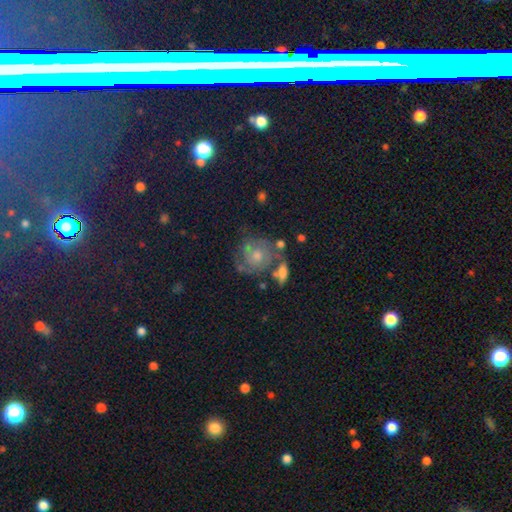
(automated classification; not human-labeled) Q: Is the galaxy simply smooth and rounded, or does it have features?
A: featured or disk — 63%.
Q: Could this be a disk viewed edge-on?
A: no — 97%.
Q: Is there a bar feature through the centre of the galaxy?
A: no — 76%.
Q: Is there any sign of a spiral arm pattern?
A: yes — 87%.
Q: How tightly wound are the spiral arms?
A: tight — 55%.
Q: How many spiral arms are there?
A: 2 — 38%.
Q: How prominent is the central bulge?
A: moderate — 50%.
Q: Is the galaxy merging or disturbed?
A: none — 61%.